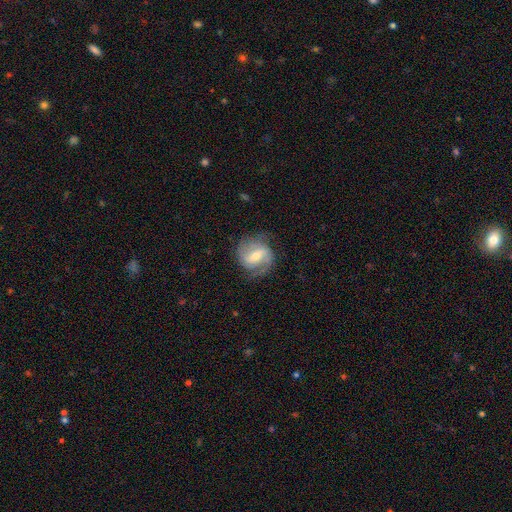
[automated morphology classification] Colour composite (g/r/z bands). It shows a featured or disk galaxy (82%) with a weak bar (49%), 2 (81%) medium (48%) spiral arms (94%) and a moderate central bulge (51%). Merging: none (73%).